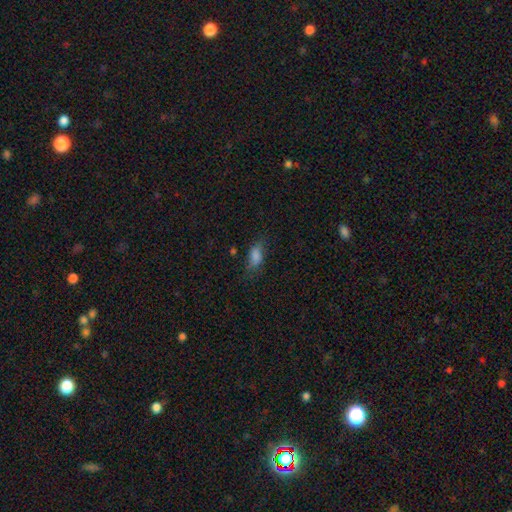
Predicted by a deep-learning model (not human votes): The model was most divided on "merging": none: 60%, minor disturbance: 25%, major disturbance: 12%, merger: 2%. More confident: how rounded — in between (81%); smooth or featured — smooth (76%).